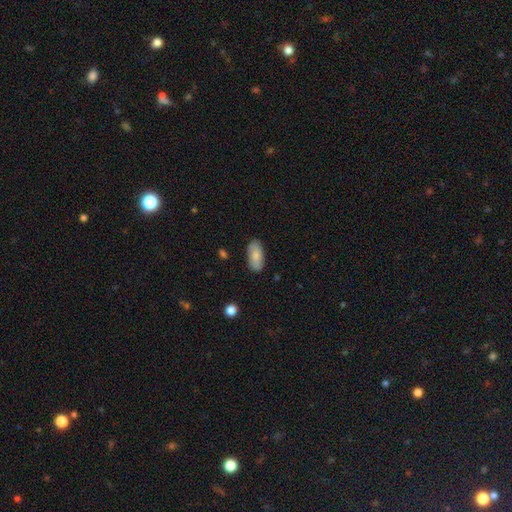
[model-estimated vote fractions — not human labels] The model was most divided on "smooth or featured": smooth: 82%, featured or disk: 12%, star or artifact: 6%. More confident: how rounded — in between (91%); merging — none (84%).